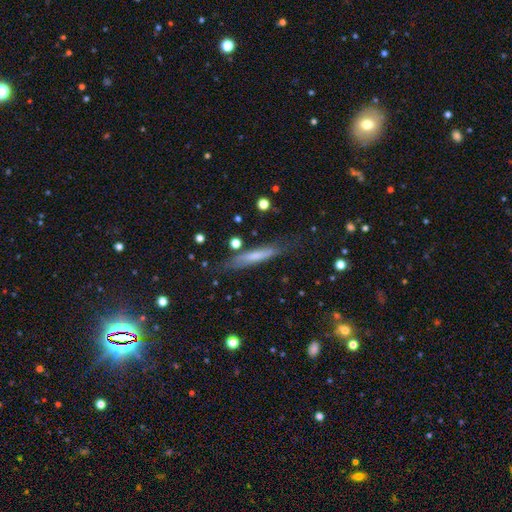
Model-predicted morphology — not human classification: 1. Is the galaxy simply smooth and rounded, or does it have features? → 57% smooth, 36% featured or disk, 8% star or artifact.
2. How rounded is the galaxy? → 89% cigar-shaped, 9% in between, 2% round.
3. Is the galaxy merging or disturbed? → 75% none, 17% minor disturbance, 5% major disturbance, 3% merger.